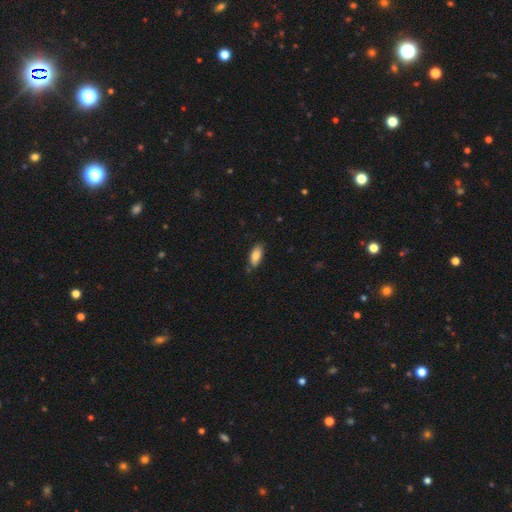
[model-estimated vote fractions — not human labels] Smooth or featured: smooth — 84% (featured or disk — 9%)
How rounded: in between — 88% (cigar-shaped — 10%)
Merging: none — 77% (minor disturbance — 18%)